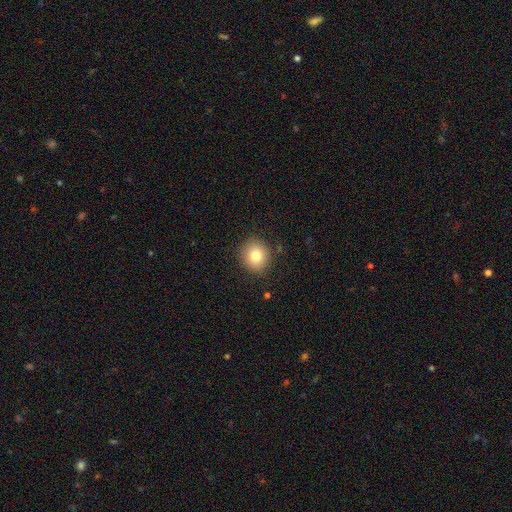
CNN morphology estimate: Smooth or featured?
  - smooth: 79% *
  - star or artifact: 11%
  - featured or disk: 10%
How rounded?
  - round: 86% *
  - in between: 13%
  - cigar-shaped: 1%
Merging?
  - none: 88% *
  - minor disturbance: 8%
  - major disturbance: 2%
  - merger: 1%